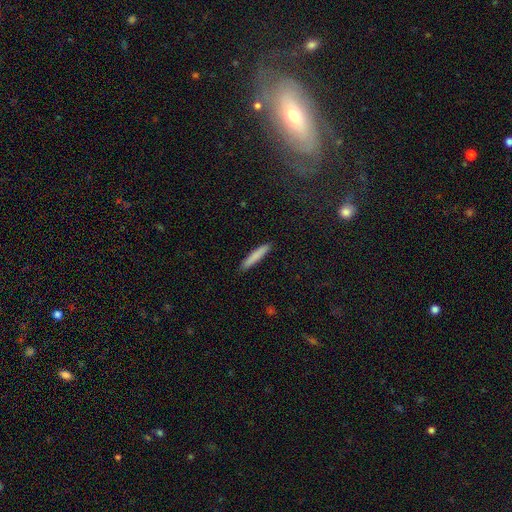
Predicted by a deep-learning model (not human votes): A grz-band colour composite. It shows a smooth galaxy with no disk features (82%) that is cigar-shaped (94%). Merging: none (92%).